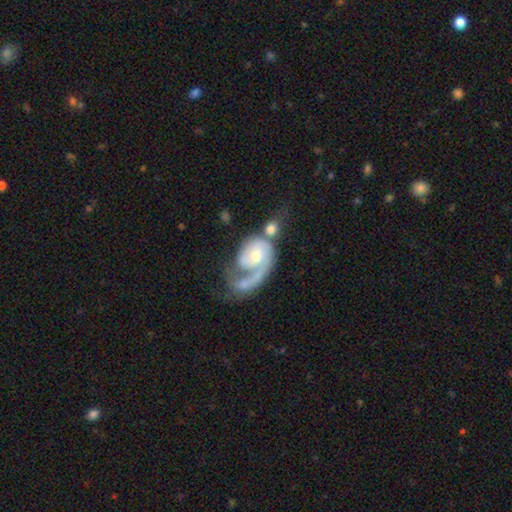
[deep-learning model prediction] smooth_or_featured: featured or disk (p=0.79) [alt: smooth p=0.16]
disk_edge_on: no (p=0.98) [alt: yes p=0.02]
bar: no (p=0.66) [alt: weak p=0.28]
has_spiral_arms: yes (p=0.89) [alt: no p=0.11]
spiral_winding: medium (p=0.37) [alt: loose p=0.34]
spiral_arm_count: 1 (p=0.75) [alt: 2 p=0.16]
bulge_size: moderate (p=0.51) [alt: small p=0.38]
merging: merger (p=0.36) [alt: major disturbance p=0.29]